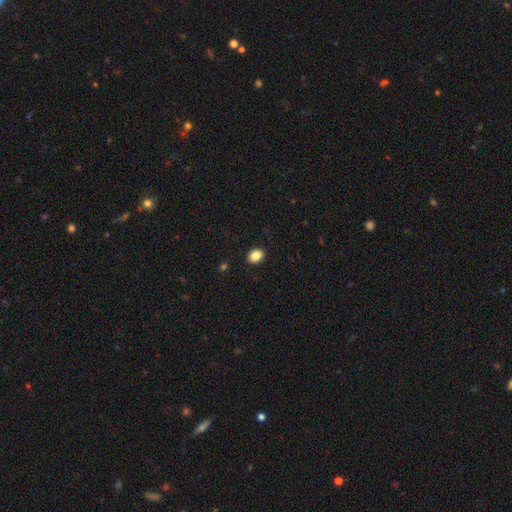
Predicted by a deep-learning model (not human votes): Morphology: type=smooth (86%); roundness=in between (54%); merging=none (91%).